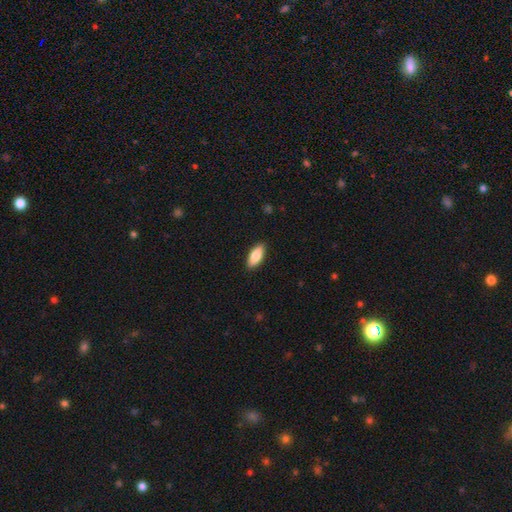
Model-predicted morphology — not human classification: This is clearly a smooth galaxy (83%). How rounded: clearly in between (82%). Merging: clearly none (89%).